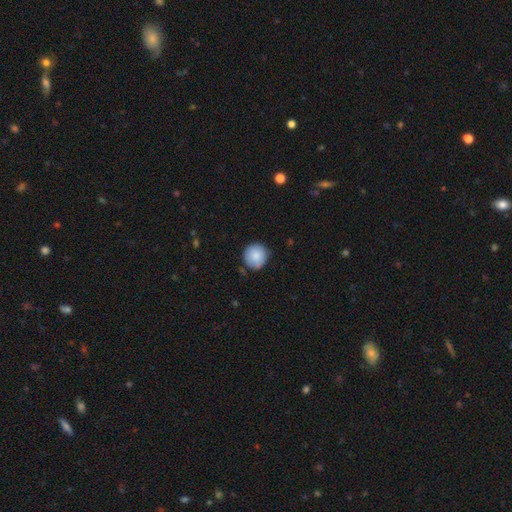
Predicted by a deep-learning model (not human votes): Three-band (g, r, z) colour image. It shows a smooth galaxy with no disk features (87%) that is round (94%). Merging: none (83%).